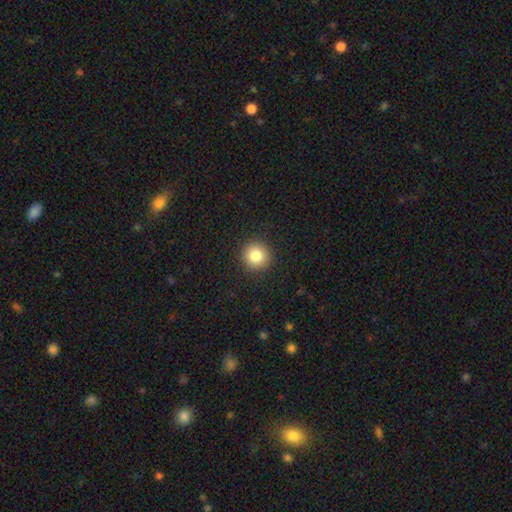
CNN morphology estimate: A smooth galaxy with no disk features (82%) that is round (95%). Merging: none (92%).